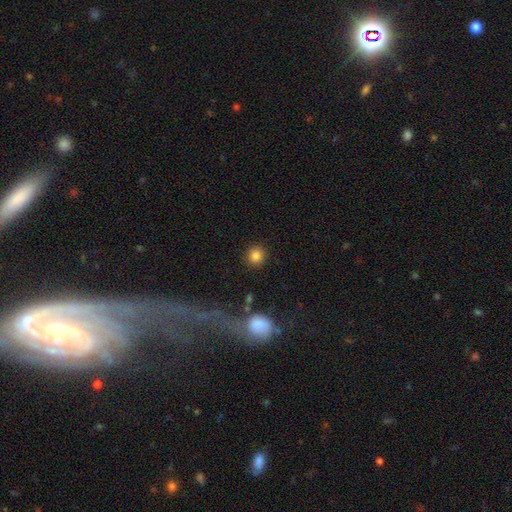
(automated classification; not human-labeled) Q: Smooth or featured?
A: smooth (85%); runner-up: star or artifact (10%)
Q: How rounded?
A: round (92%); runner-up: in between (7%)
Q: Merging?
A: none (89%); runner-up: minor disturbance (6%)